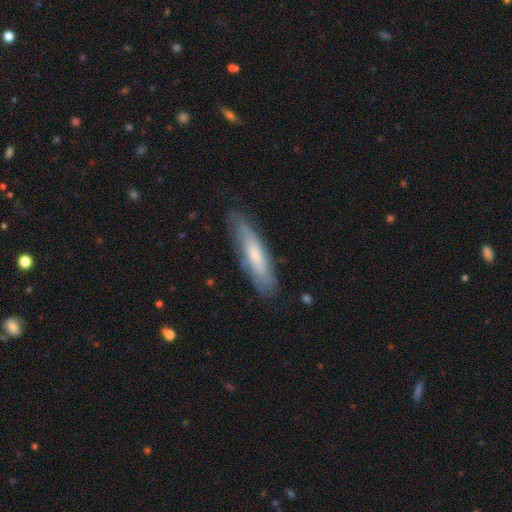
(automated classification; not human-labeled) The model was most divided on "smooth or featured": smooth: 55%, featured or disk: 39%, star or artifact: 6%. More confident: merging — none (75%); how rounded — cigar-shaped (68%).